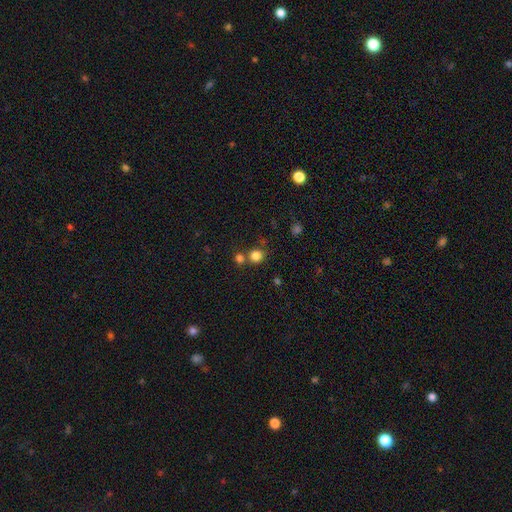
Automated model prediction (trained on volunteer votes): Q: Smooth or featured?
A: smooth (81%); runner-up: star or artifact (13%)
Q: How rounded?
A: round (85%); runner-up: in between (14%)
Q: Merging?
A: none (64%); runner-up: merger (25%)